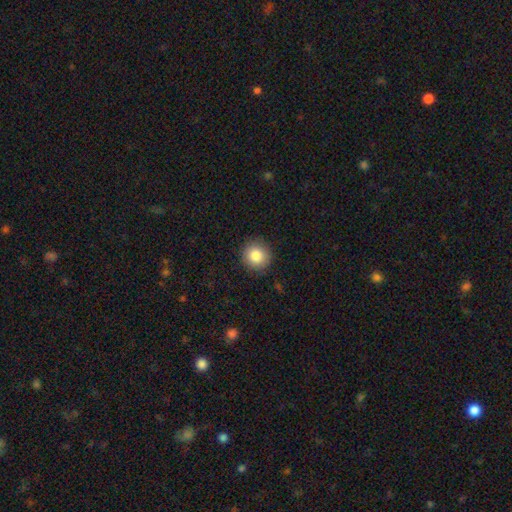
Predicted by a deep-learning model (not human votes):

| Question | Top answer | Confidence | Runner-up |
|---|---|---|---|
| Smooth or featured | smooth | 84% | star or artifact (9%) |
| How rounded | round | 92% | in between (7%) |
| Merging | none | 91% | minor disturbance (6%) |